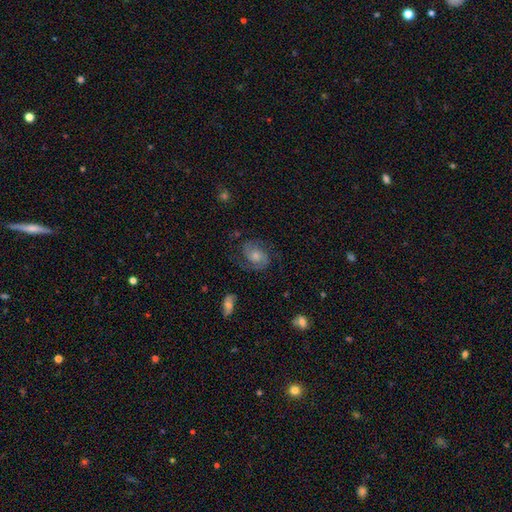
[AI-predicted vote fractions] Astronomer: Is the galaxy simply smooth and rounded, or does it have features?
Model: featured or disk — 73%.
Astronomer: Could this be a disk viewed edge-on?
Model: no — 97%.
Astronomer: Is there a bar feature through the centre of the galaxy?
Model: no — 67%.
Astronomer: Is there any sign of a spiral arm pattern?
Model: yes — 94%.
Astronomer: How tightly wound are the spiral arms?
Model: medium — 48% (runner-up: tight, 31%).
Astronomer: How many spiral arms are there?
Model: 2 — 83%.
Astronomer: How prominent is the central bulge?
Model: moderate — 47% (runner-up: small, 37%).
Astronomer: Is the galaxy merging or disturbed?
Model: none — 67%.